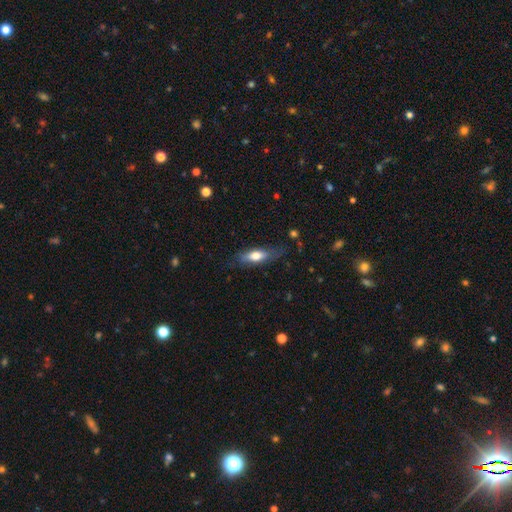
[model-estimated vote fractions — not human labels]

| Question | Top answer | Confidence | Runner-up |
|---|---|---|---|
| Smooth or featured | smooth | 64% | featured or disk (30%) |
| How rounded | in between | 59% | cigar-shaped (38%) |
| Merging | none | 66% | minor disturbance (24%) |